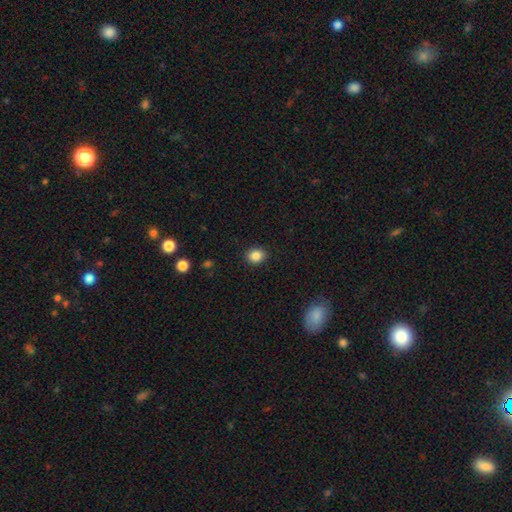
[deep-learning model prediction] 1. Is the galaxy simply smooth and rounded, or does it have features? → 87% smooth, 10% star or artifact, 4% featured or disk.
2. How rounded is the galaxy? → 63% round, 36% in between, 1% cigar-shaped.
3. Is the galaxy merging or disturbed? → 90% none, 7% minor disturbance, 2% major disturbance, 1% merger.